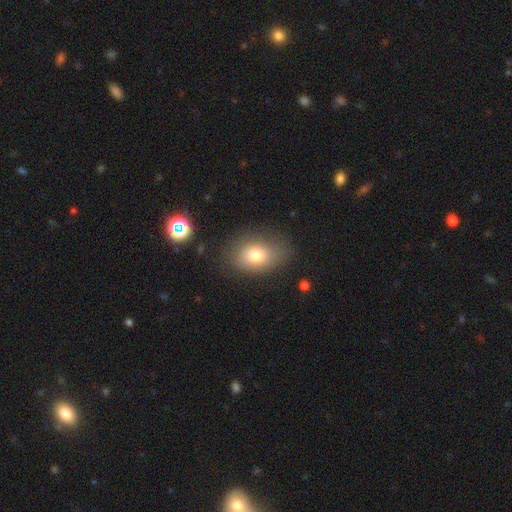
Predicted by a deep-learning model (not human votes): Smooth or featured?
  - smooth: 76% *
  - featured or disk: 14%
  - star or artifact: 11%
How rounded?
  - in between: 76% *
  - round: 23%
  - cigar-shaped: 1%
Merging?
  - none: 71% *
  - minor disturbance: 19%
  - major disturbance: 8%
  - merger: 2%